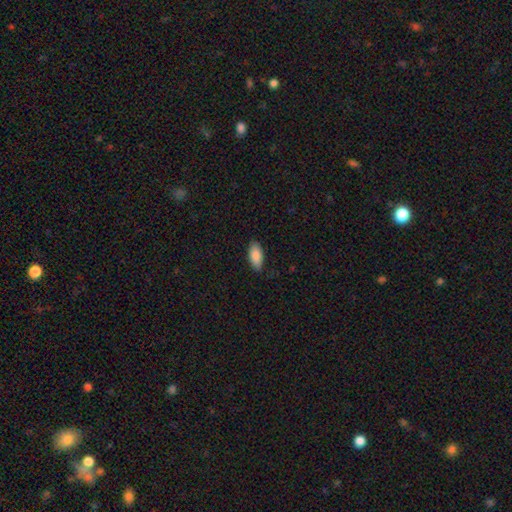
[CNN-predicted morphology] This is clearly a smooth galaxy (88%). How rounded: clearly in between (90%). Merging: clearly none (83%).